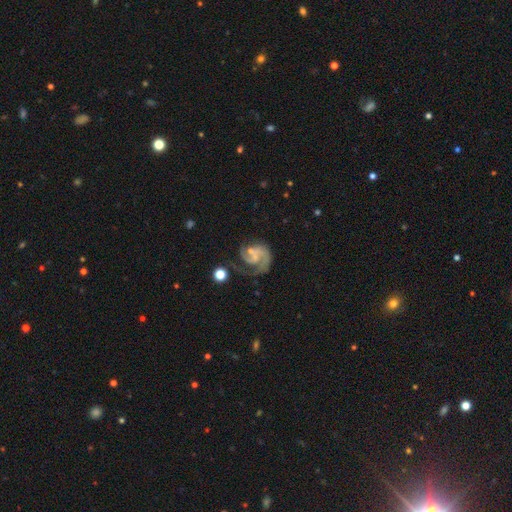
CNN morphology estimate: Smooth or featured? Predicted: featured or disk (p=0.85). Edge-on disk? Predicted: no (p=0.98). Bar? Predicted: no (p=0.54). Spiral arms? Predicted: yes (p=0.95). Spiral winding? Predicted: medium (p=0.48). Spiral arm count? Predicted: 2 (p=0.52). Bulge size? Predicted: small (p=0.55). Merging? Predicted: none (p=0.48).